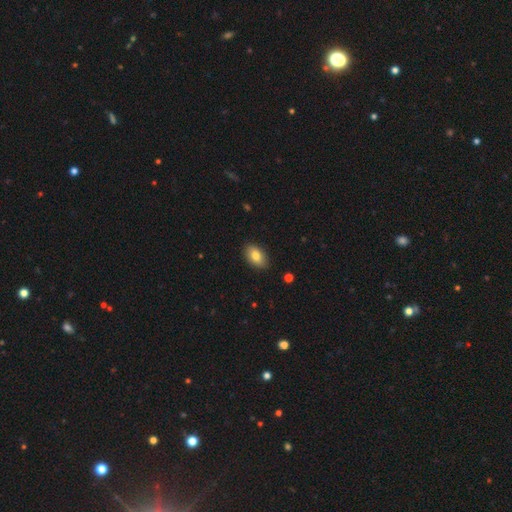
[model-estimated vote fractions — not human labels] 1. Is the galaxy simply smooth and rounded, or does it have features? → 81% smooth, 12% featured or disk, 7% star or artifact.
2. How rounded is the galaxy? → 92% in between, 6% round, 2% cigar-shaped.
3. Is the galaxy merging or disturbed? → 88% none, 9% minor disturbance, 2% major disturbance, 1% merger.